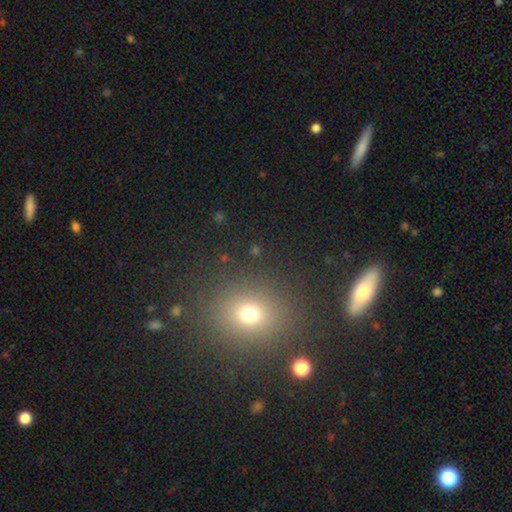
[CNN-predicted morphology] type=smooth (57%); roundness=round (68%); merging=none (86%).